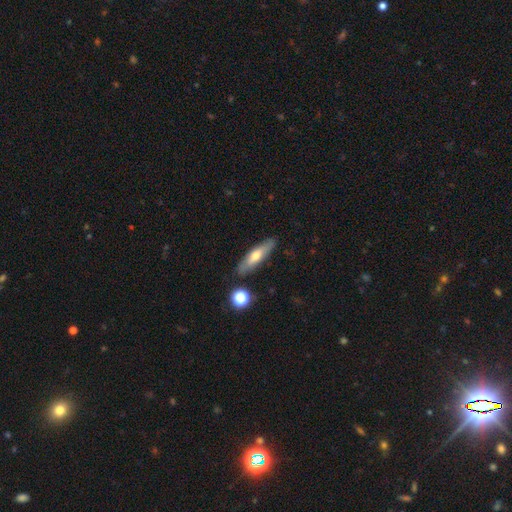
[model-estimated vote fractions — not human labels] Smooth or featured? Predicted: smooth (p=0.52). How rounded? Predicted: cigar-shaped (p=0.69). Merging? Predicted: none (p=0.84).